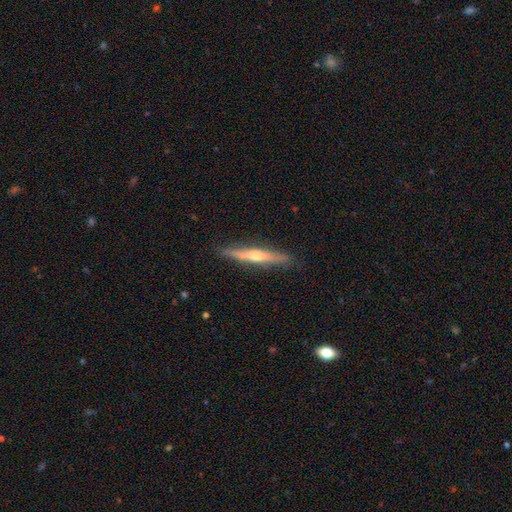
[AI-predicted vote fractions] featured or disk 68%, smooth 26%, star or artifact 6%. Down the decision tree: edge-on disk — yes (96%); edge-on bulge — rounded (86%); merging — none (89%).